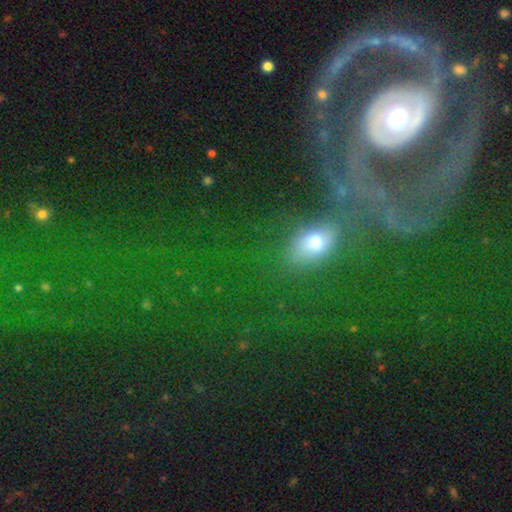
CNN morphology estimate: Smooth or featured? featured or disk (43%)
Merging? none (54%)